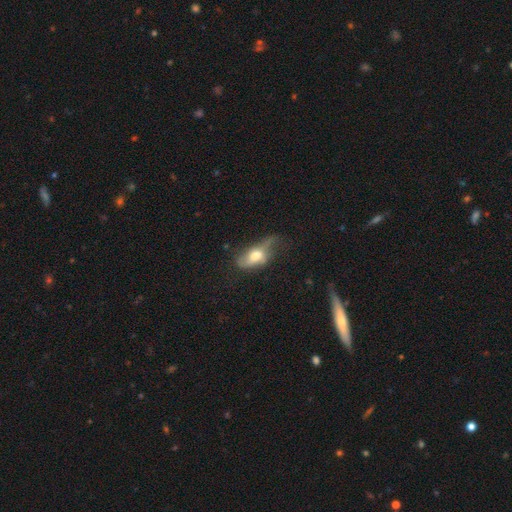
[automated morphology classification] Overall: smooth (51%; featured or disk 41%). How rounded: in between (83%). Merging: minor disturbance (33%, tied with major disturbance).